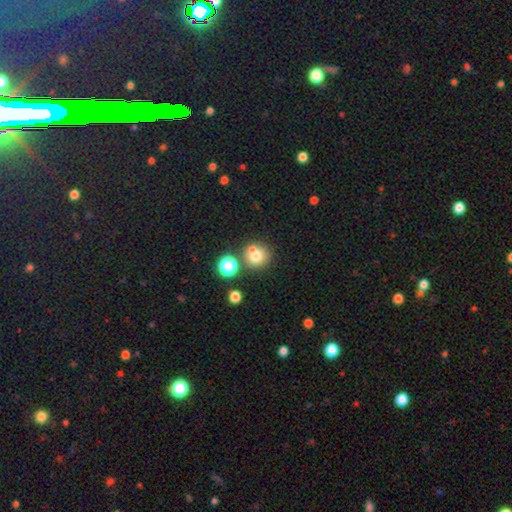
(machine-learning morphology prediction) The model was most divided on "merging": none: 60%, merger: 28%, minor disturbance: 9%, major disturbance: 3%. More confident: how rounded — round (90%); smooth or featured — smooth (71%).